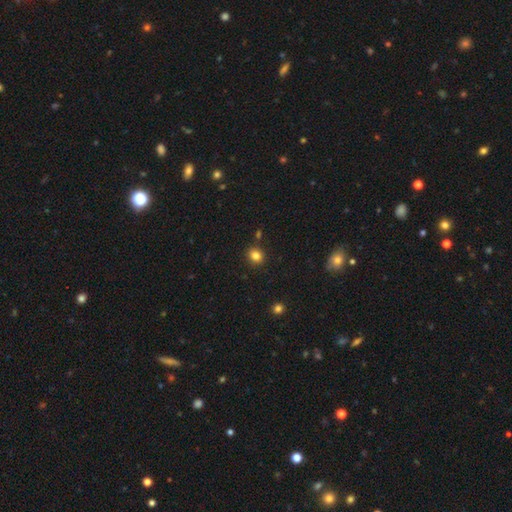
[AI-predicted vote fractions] Smooth or featured? Predicted: smooth (p=0.82). How rounded? Predicted: round (p=0.76). Merging? Predicted: none (p=0.87).